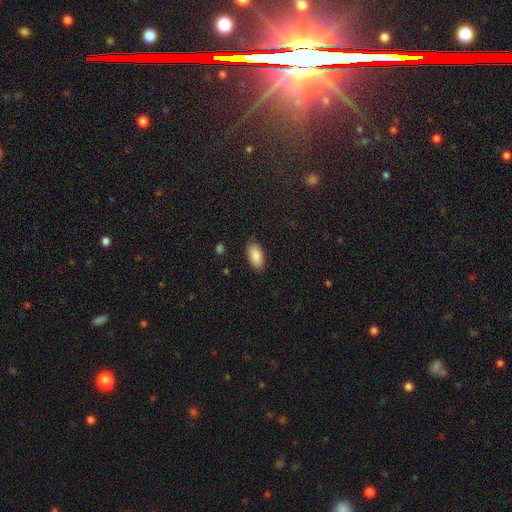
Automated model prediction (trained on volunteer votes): Overall: smooth (88%). How rounded: in between (94%). Merging: none (83%).